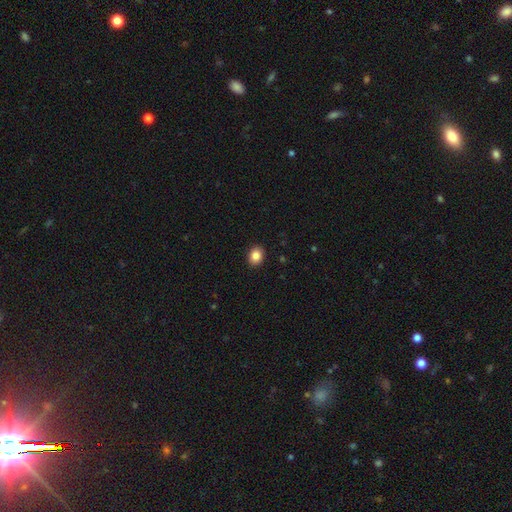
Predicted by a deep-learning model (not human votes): Smooth or featured: smooth — 86% (star or artifact — 9%)
How rounded: in between — 52% (round — 48%)
Merging: none — 91% (minor disturbance — 6%)